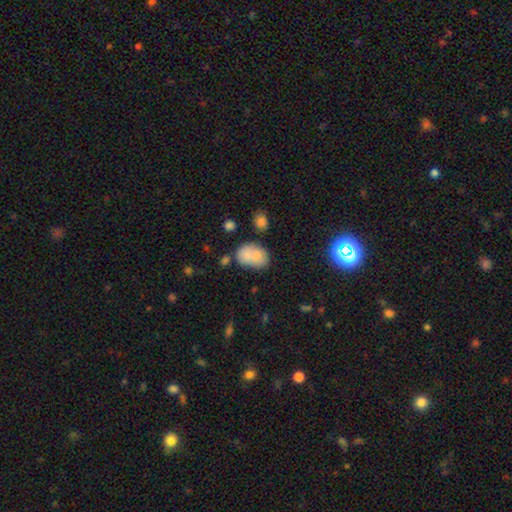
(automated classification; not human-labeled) Smooth or featured?
  - smooth: 73% *
  - featured or disk: 16%
  - star or artifact: 11%
How rounded?
  - in between: 77% *
  - round: 21%
  - cigar-shaped: 1%
Merging?
  - none: 45% *
  - merger: 31%
  - minor disturbance: 18%
  - major disturbance: 7%